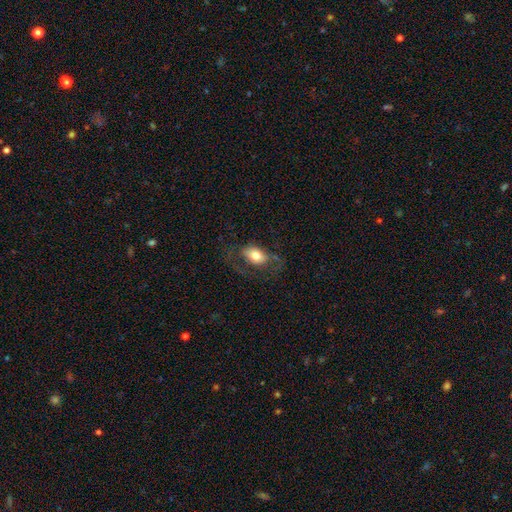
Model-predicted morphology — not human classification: smooth_or_featured: smooth (p=0.63) [alt: featured or disk p=0.29]
how_rounded: in between (p=0.85) [alt: round p=0.13]
merging: none (p=0.51) [alt: major disturbance p=0.26]